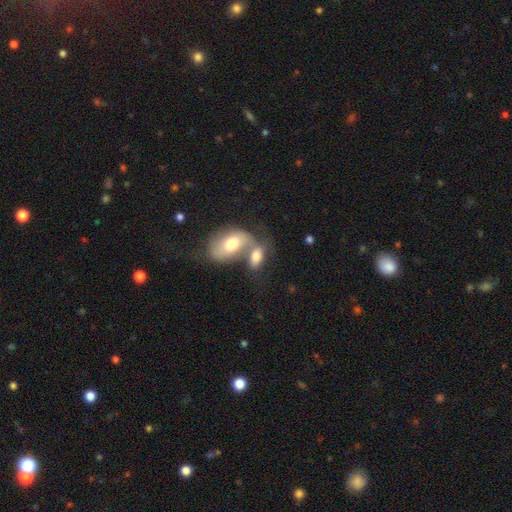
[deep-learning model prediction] Smooth or featured? smooth (66%)
How rounded? in between (88%)
Merging? merger (68%)